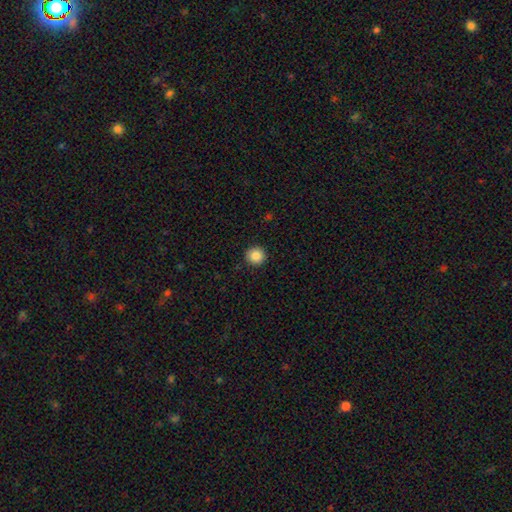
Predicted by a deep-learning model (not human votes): Smooth or featured? smooth (86%)
How rounded? round (96%)
Merging? none (93%)